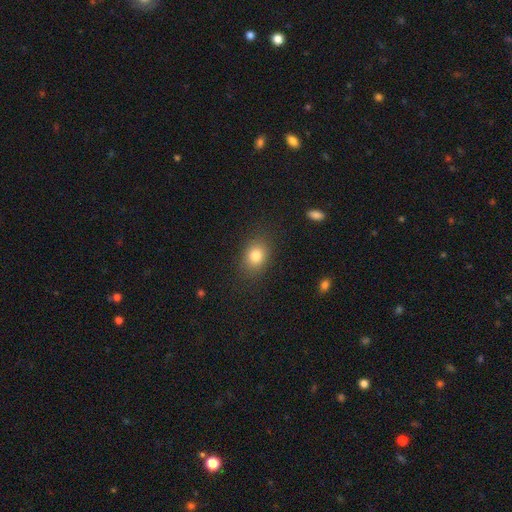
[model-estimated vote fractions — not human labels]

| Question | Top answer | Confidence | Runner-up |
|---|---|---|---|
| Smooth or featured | smooth | 81% | star or artifact (11%) |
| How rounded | in between | 59% | round (39%) |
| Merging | none | 84% | minor disturbance (11%) |